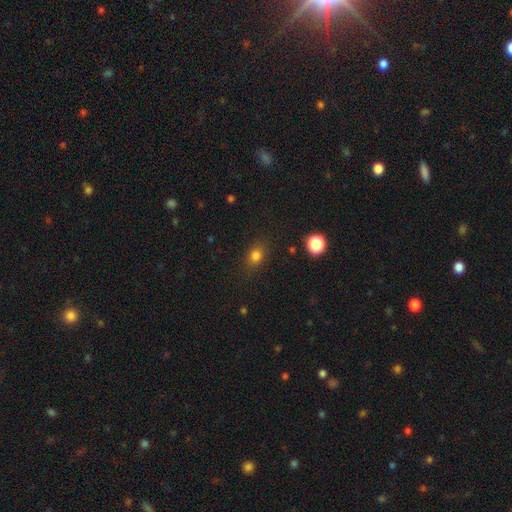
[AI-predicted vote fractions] This appears to be a smooth galaxy with no disk features (80%) that is in between round and cigar-shaped (51%). Merging: none (82%).